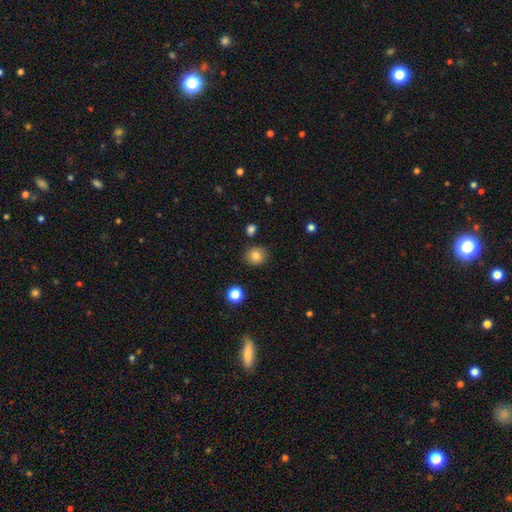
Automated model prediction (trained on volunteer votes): Smooth or featured: smooth — 83% (star or artifact — 11%)
How rounded: round — 85% (in between — 14%)
Merging: none — 86% (minor disturbance — 9%)